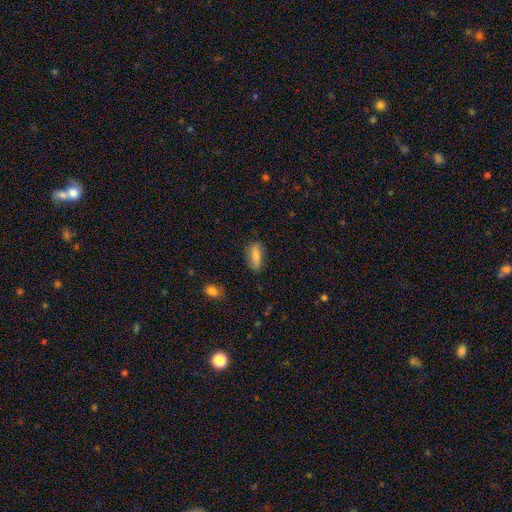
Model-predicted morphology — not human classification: A smooth galaxy with no disk features (80%) that is in between round and cigar-shaped (67%). Merging: none (82%).